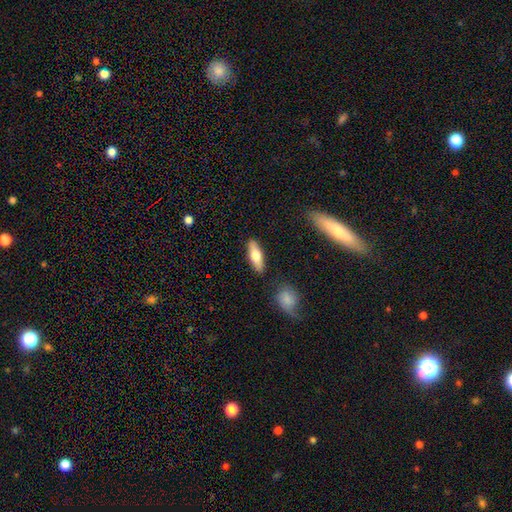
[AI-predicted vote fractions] Smooth or featured: smooth — 62% (featured or disk — 32%)
How rounded: in between — 54% (cigar-shaped — 44%)
Merging: none — 85% (minor disturbance — 9%)